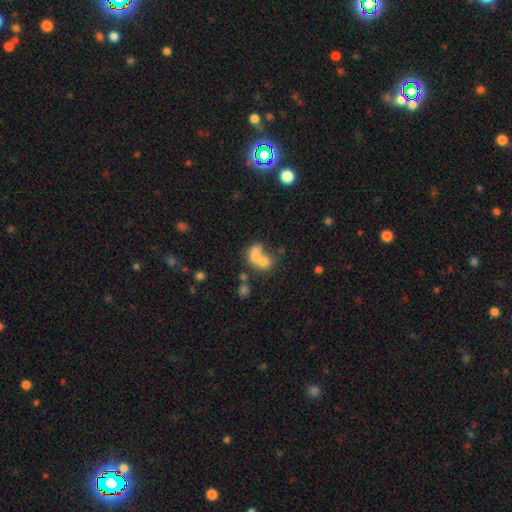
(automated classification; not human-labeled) Smooth or featured? Predicted: smooth (p=0.63). How rounded? Predicted: round (p=0.52). Merging? Predicted: merger (p=0.66).